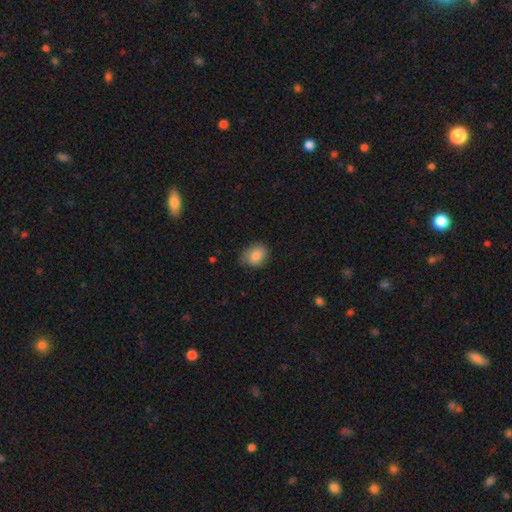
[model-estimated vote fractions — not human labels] Q: Smooth or featured?
A: smooth (85%); runner-up: star or artifact (8%)
Q: How rounded?
A: in between (57%); runner-up: round (42%)
Q: Merging?
A: none (72%); runner-up: minor disturbance (22%)